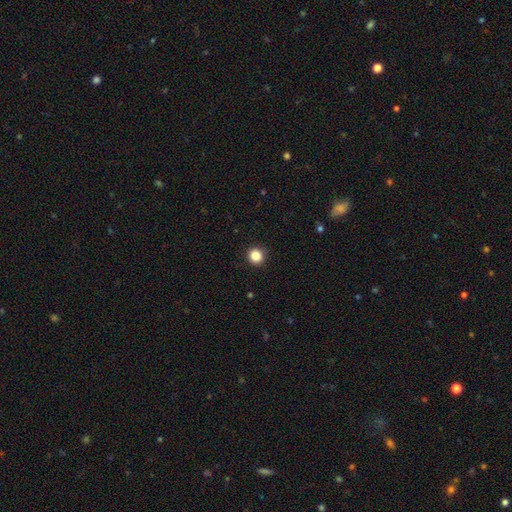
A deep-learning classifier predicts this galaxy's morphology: Smooth or featured? smooth (86%)
How rounded? round (93%)
Merging? none (92%)